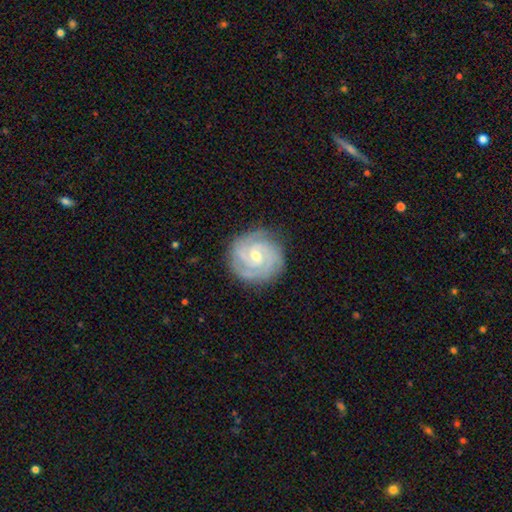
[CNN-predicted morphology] Smooth or featured: featured or disk — 88% (smooth — 7%)
Edge-on disk: no — 98% (yes — 2%)
Bar: no — 50% (weak — 40%)
Spiral arms: yes — 98% (no — 2%)
Spiral winding: tight — 78% (medium — 20%)
Spiral arm count: 3 — 38% (2 — 27%)
Bulge size: small — 50% (moderate — 47%)
Merging: none — 84% (minor disturbance — 12%)